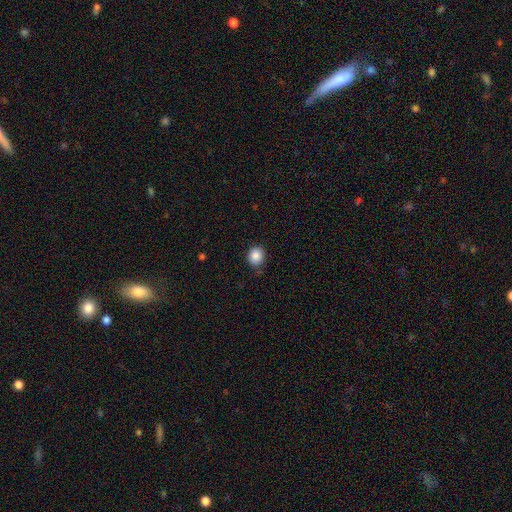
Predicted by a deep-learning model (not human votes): A smooth galaxy with no disk features (87%) that is round (76%). Merging: none (85%).